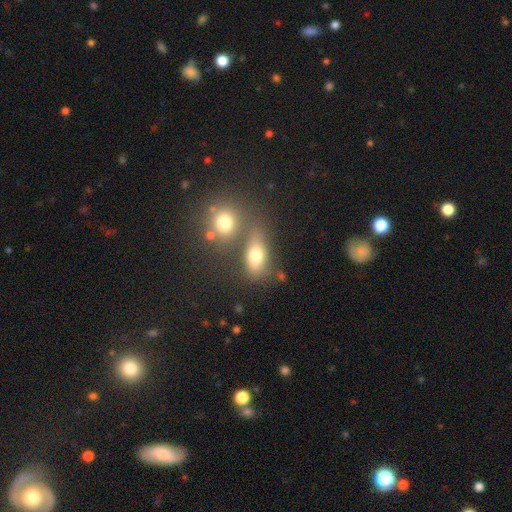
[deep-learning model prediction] Q: Smooth or featured?
A: smooth (74%); runner-up: featured or disk (13%)
Q: How rounded?
A: in between (69%); runner-up: round (25%)
Q: Merging?
A: none (49%); runner-up: merger (32%)